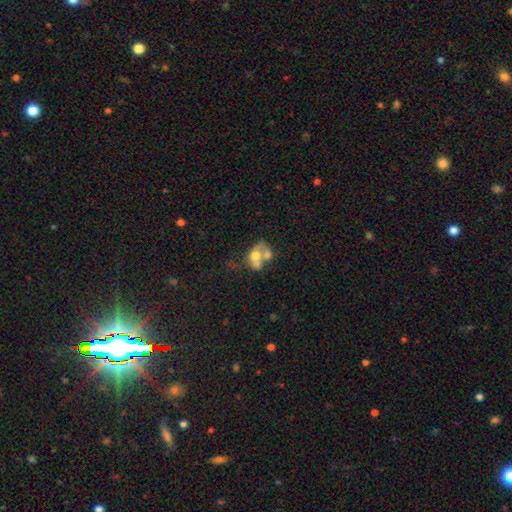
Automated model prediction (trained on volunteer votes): This appears to be a smooth galaxy with no disk features (49%). Merging: merger (63%).